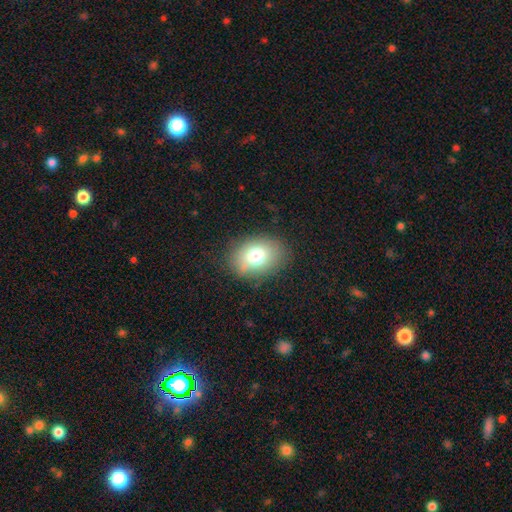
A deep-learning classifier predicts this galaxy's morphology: A smooth galaxy with no disk features (74%) that is in between round and cigar-shaped (69%).

Vote fractions:
- Smooth or featured? smooth: 74% / featured or disk: 15% / star or artifact: 11%
- How rounded? in between: 69% / round: 30% / cigar-shaped: 1%
- Merging? none: 80% / minor disturbance: 13% / major disturbance: 5% / merger: 1%